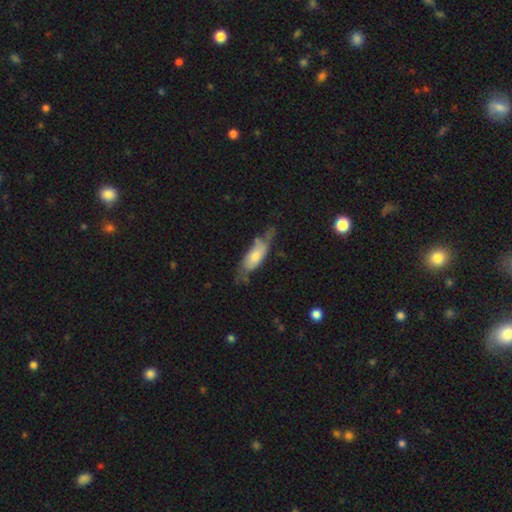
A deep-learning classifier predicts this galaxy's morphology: Smooth or featured?
  - smooth: 50% *
  - featured or disk: 43%
  - star or artifact: 7%
How rounded?
  - in between: 60% *
  - cigar-shaped: 38%
  - round: 2%
Merging?
  - none: 51% *
  - minor disturbance: 31%
  - major disturbance: 15%
  - merger: 4%